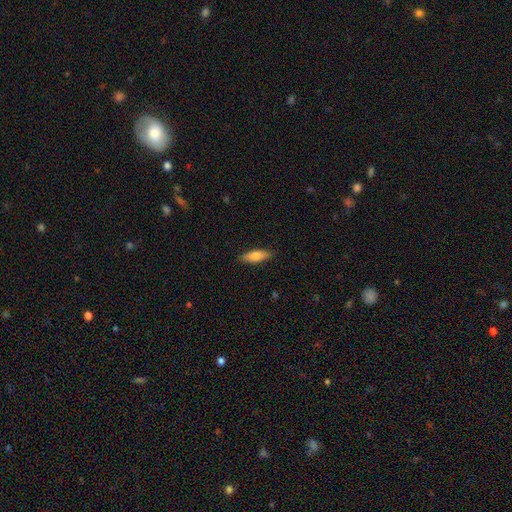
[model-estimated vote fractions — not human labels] A smooth galaxy with no disk features (79%) that is in between round and cigar-shaped (54%).

Vote fractions:
- Smooth or featured? smooth: 79% / featured or disk: 15% / star or artifact: 6%
- How rounded? in between: 54% / cigar-shaped: 44% / round: 2%
- Merging? none: 88% / minor disturbance: 9% / major disturbance: 2% / merger: 1%